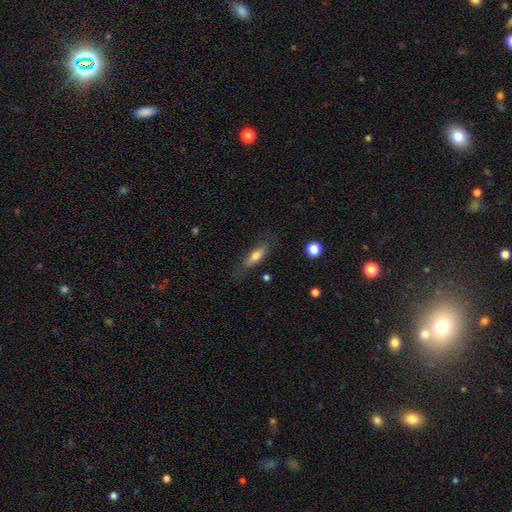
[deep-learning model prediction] smooth_or_featured: smooth (p=0.67) [alt: featured or disk p=0.26]
how_rounded: cigar-shaped (p=0.55) [alt: in between p=0.43]
merging: none (p=0.74) [alt: minor disturbance p=0.19]